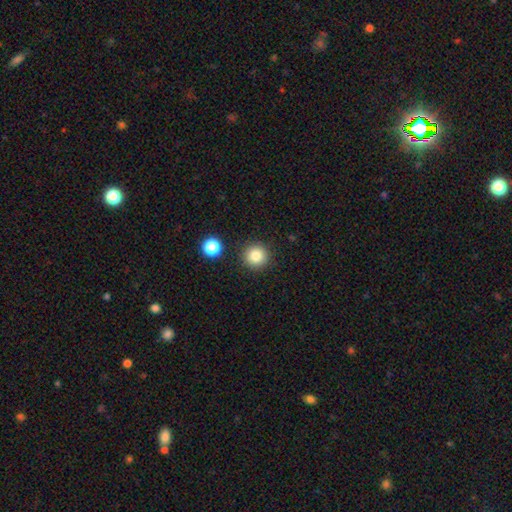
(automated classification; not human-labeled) Morphology: type=smooth (83%); roundness=round (95%); merging=none (89%).